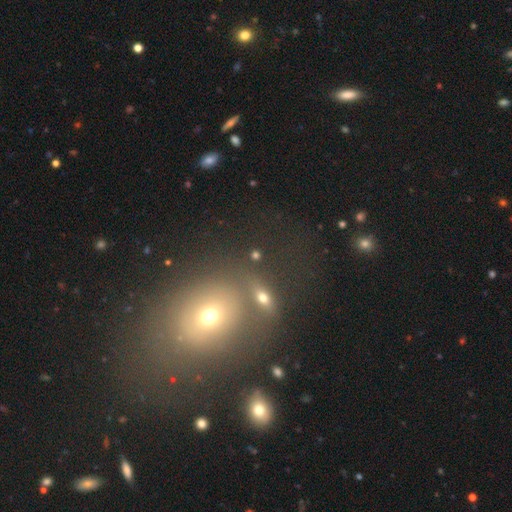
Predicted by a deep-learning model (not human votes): Smooth or featured? Predicted: smooth (p=0.54). How rounded? Predicted: round (p=0.61). Merging? Predicted: none (p=0.62).